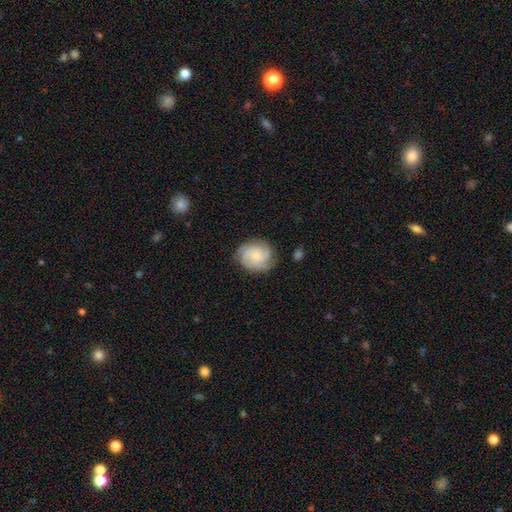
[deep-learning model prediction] featured or disk 72%, smooth 21%, star or artifact 7%. Down the decision tree: edge-on disk — no (98%); bar — no (77%); spiral arms — yes (96%); spiral arm count — 3 (46%); spiral winding — tight (61%); bulge size — small (62%); merging — none (78%).